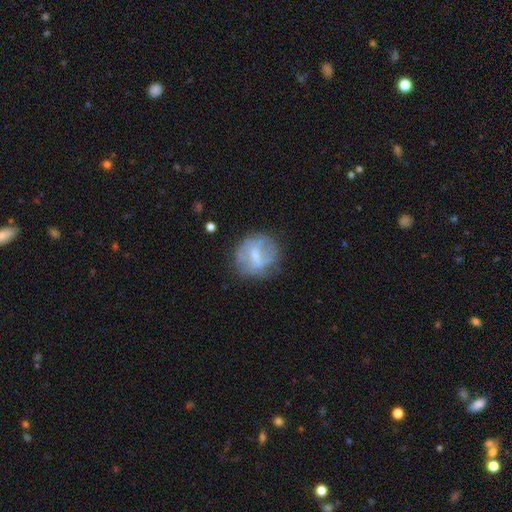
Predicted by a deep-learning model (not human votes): smooth_or_featured: featured or disk (p=0.50) [alt: smooth p=0.42]
disk_edge_on: no (p=0.96) [alt: yes p=0.04]
merging: none (p=0.63) [alt: minor disturbance p=0.22]